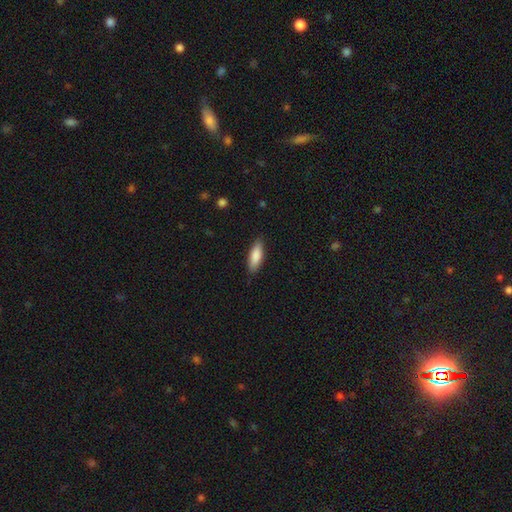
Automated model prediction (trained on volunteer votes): This appears to be a smooth galaxy with no disk features (86%) that is in between round and cigar-shaped (59%). Merging: none (85%).